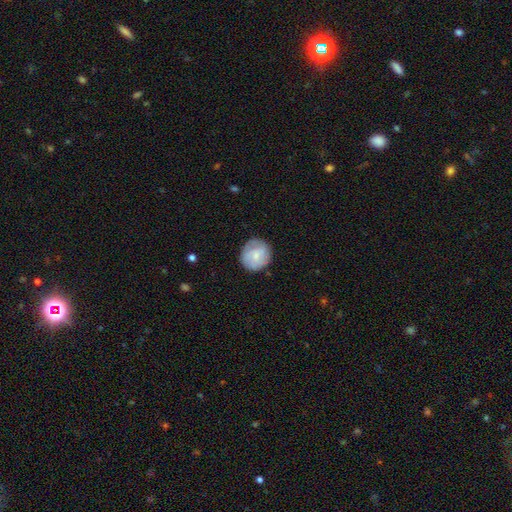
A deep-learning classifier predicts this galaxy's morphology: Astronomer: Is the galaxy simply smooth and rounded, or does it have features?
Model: smooth — 62%.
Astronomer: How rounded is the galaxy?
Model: round — 87%.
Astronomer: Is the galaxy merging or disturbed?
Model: none — 79%.